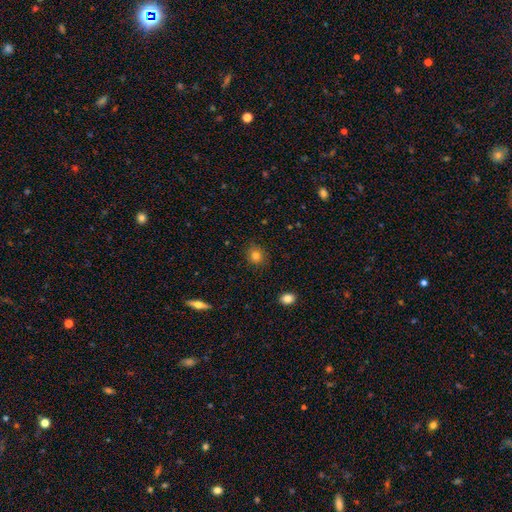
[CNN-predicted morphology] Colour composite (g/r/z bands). It shows a smooth galaxy with no disk features (80%) that is round (80%). Merging: none (87%).